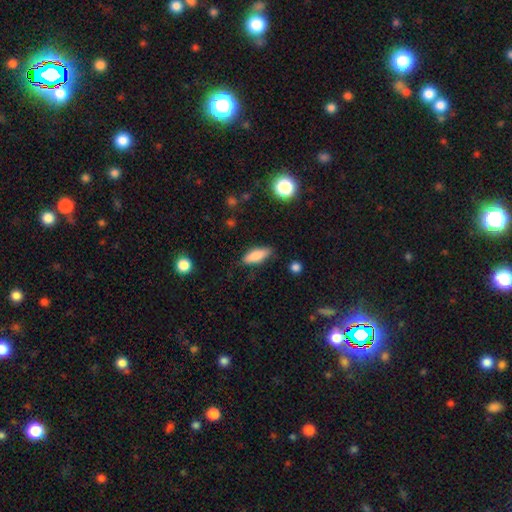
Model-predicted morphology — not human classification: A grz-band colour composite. It shows a smooth galaxy with no disk features (79%) that is in between round and cigar-shaped (68%). Merging: none (81%).